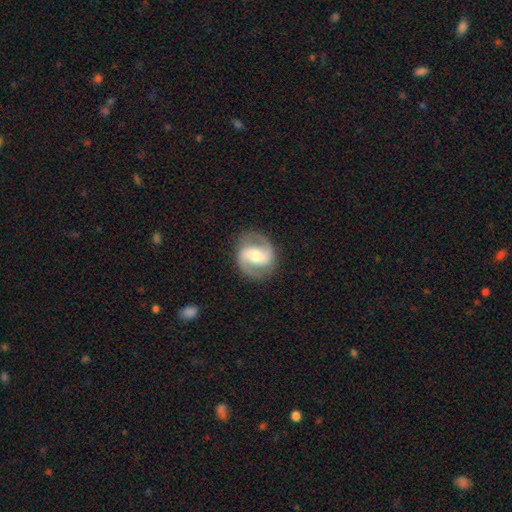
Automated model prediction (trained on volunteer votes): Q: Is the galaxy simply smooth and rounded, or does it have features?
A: featured or disk — 86%.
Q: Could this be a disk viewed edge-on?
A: no — 98%.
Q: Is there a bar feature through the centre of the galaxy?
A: strong — 40%.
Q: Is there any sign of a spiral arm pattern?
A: yes — 95%.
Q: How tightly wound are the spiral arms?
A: medium — 55%.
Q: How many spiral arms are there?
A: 2 — 93%.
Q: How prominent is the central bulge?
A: moderate — 66%.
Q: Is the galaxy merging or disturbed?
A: none — 86%.